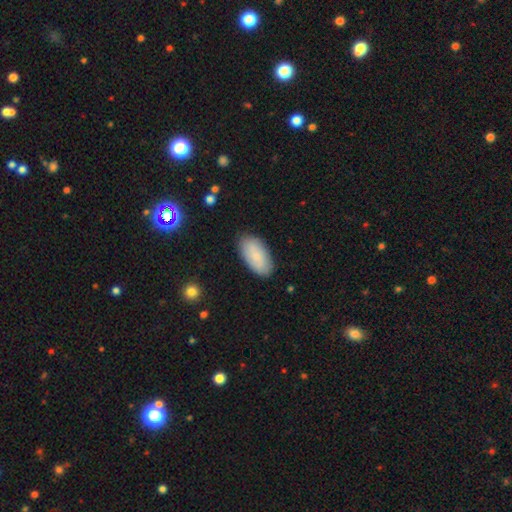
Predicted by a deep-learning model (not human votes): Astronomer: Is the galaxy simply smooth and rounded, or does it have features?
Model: smooth — 79%.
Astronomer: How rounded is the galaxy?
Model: in between — 94%.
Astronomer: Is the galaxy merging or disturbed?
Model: none — 85%.